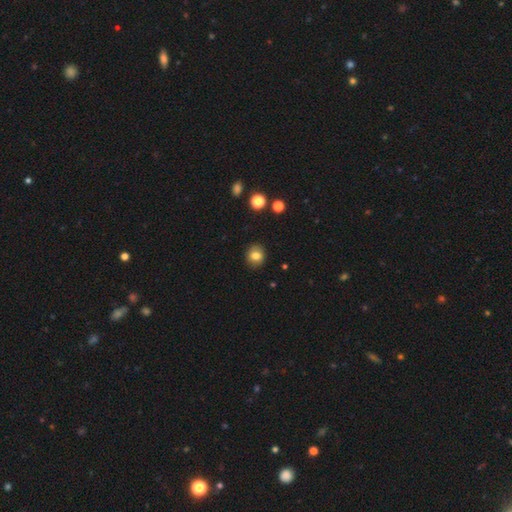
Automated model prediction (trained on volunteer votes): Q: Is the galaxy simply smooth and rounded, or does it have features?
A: smooth — 81%.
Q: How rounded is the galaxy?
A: round — 80%.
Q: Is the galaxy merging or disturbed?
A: none — 89%.